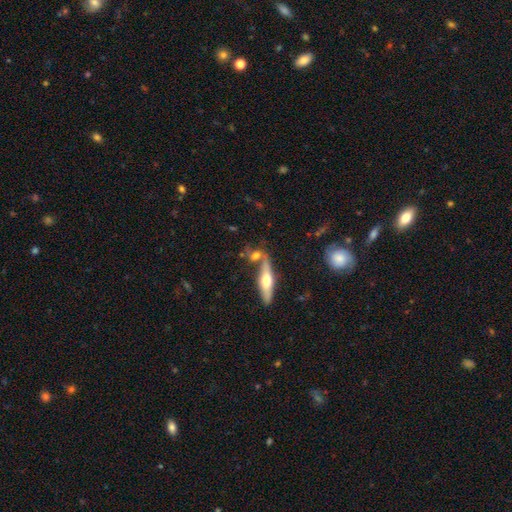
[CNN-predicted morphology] A smooth galaxy with no disk features (47%).

Vote fractions:
- Smooth or featured? smooth: 47% / featured or disk: 42% / star or artifact: 11%
- Merging? none: 50% / merger: 31% / minor disturbance: 12% / major disturbance: 7%